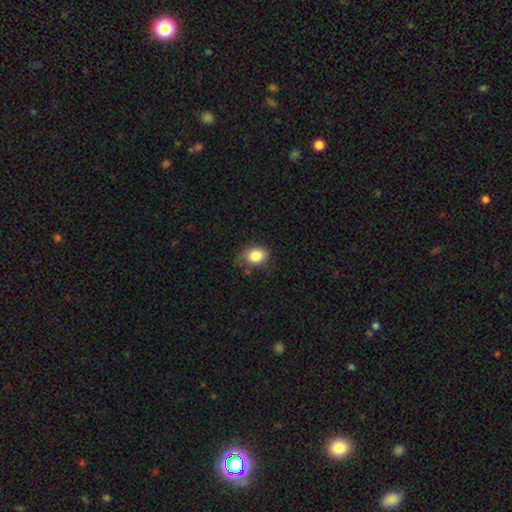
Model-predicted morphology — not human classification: smooth-or-featured: smooth: 84% | star or artifact: 9% | featured or disk: 7%
  how-rounded: in between: 63% | round: 36% | cigar-shaped: 1%
  merging: none: 60% | minor disturbance: 30% | major disturbance: 8% | merger: 2%